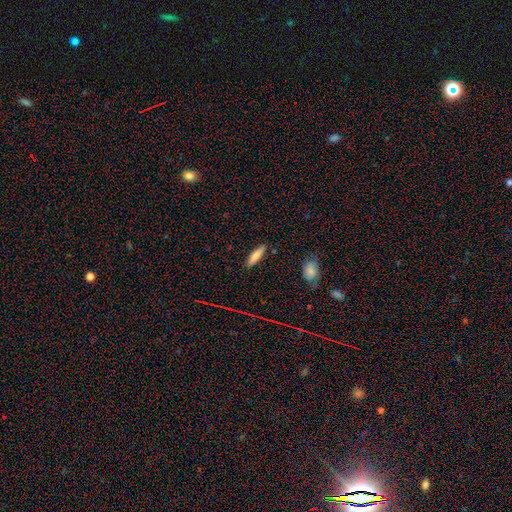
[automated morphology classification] Overall: smooth (77%). How rounded: cigar-shaped (70%). Merging: none (87%).